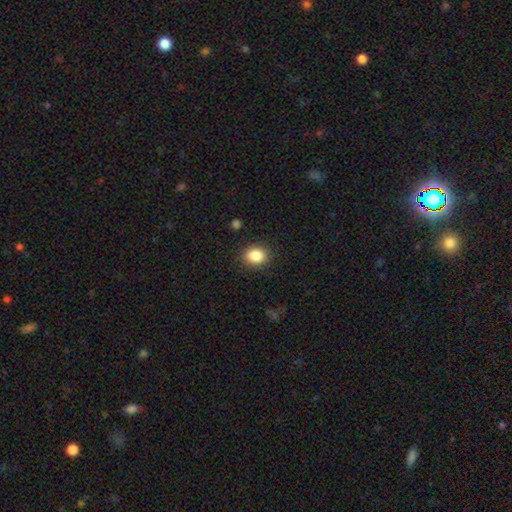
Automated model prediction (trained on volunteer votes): This appears to be a smooth galaxy with no disk features (86%) that is round (52%). Merging: none (88%).